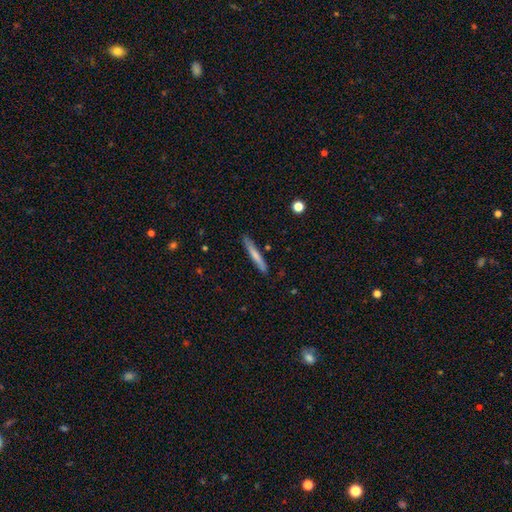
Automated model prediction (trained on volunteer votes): Smooth or featured?
  - smooth: 66% *
  - featured or disk: 28%
  - star or artifact: 6%
How rounded?
  - cigar-shaped: 95% *
  - in between: 4%
  - round: 1%
Merging?
  - none: 84% *
  - minor disturbance: 12%
  - major disturbance: 2%
  - merger: 2%